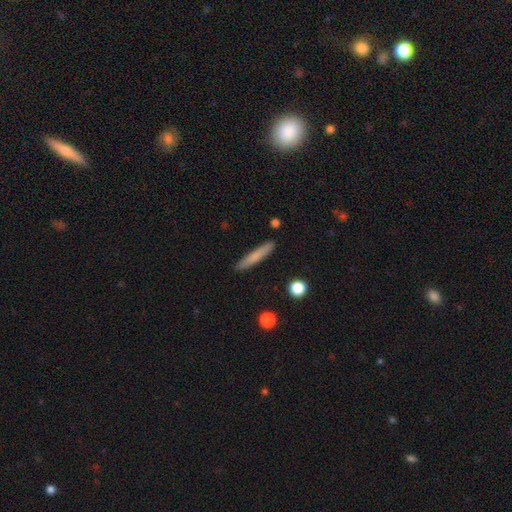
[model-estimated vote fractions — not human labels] A smooth galaxy with no disk features (73%) that is cigar-shaped (94%).

Vote fractions:
- Smooth or featured? smooth: 73% / featured or disk: 21% / star or artifact: 6%
- How rounded? cigar-shaped: 94% / in between: 4% / round: 1%
- Merging? none: 90% / minor disturbance: 7% / major disturbance: 2% / merger: 2%